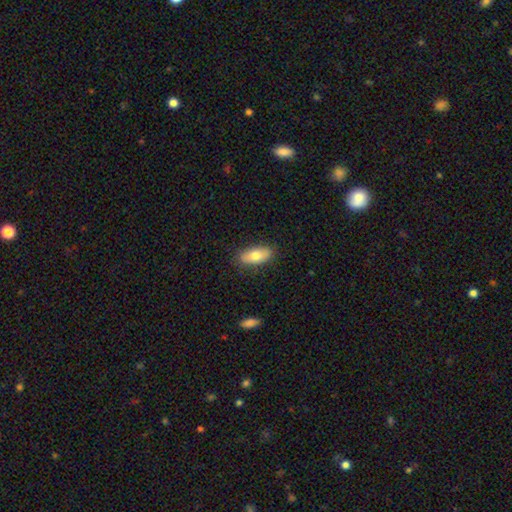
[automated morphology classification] Smooth or featured? Predicted: smooth (p=0.74). How rounded? Predicted: in between (p=0.86). Merging? Predicted: none (p=0.85).